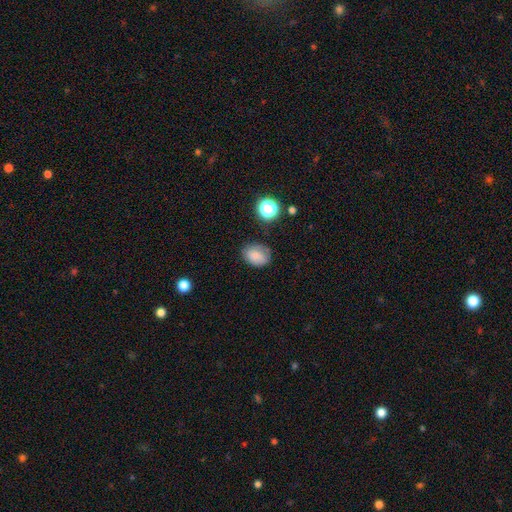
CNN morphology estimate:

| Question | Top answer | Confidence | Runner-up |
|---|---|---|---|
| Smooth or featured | smooth | 80% | star or artifact (11%) |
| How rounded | in between | 71% | round (28%) |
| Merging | none | 68% | minor disturbance (23%) |